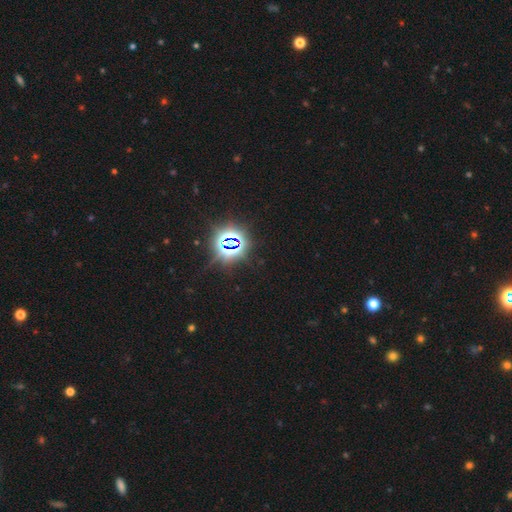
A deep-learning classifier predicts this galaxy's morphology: Smooth or featured?
  - star or artifact: 79% *
  - smooth: 15%
  - featured or disk: 6%